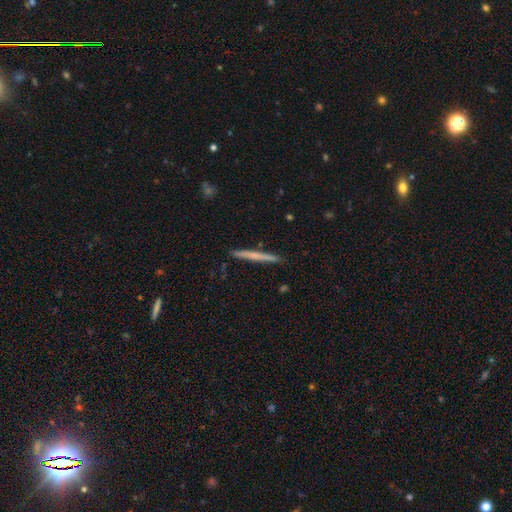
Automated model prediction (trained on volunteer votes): This is possibly a smooth galaxy (49%). Merging: clearly none (91%).